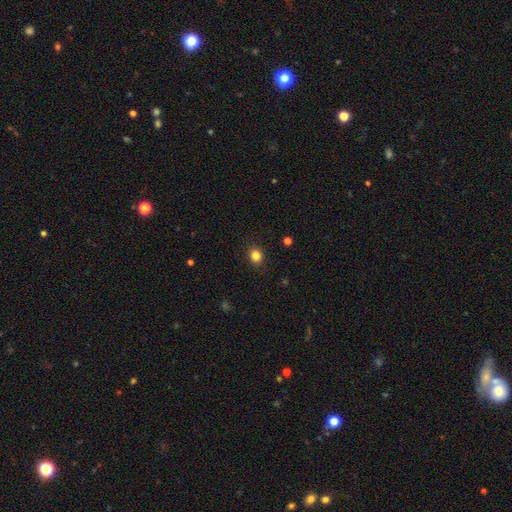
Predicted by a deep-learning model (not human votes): smooth_or_featured: smooth (p=0.84) [alt: star or artifact p=0.12]
how_rounded: round (p=0.77) [alt: in between p=0.22]
merging: none (p=0.90) [alt: minor disturbance p=0.07]